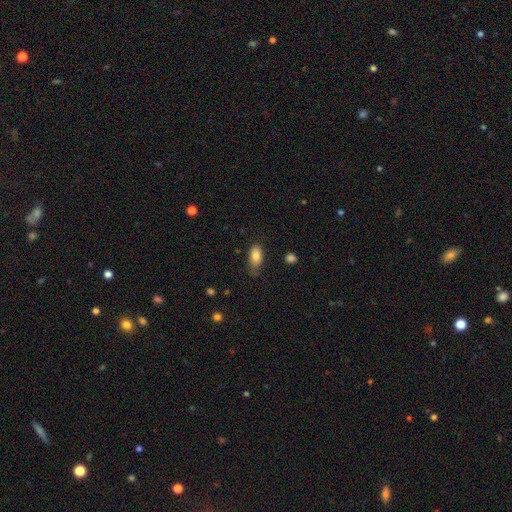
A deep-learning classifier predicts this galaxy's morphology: smooth_or_featured: smooth (p=0.83) [alt: featured or disk p=0.09]
how_rounded: in between (p=0.90) [alt: cigar-shaped p=0.06]
merging: none (p=0.63) [alt: minor disturbance p=0.28]